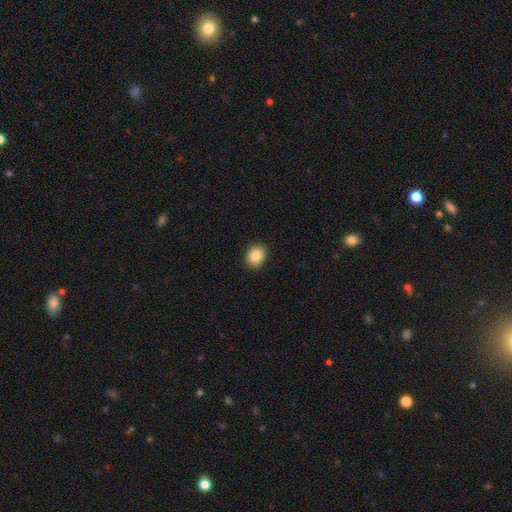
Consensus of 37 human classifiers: A smooth galaxy with no disk features (97%) that is round (50%, tied with in between).

Vote fractions:
- Smooth or featured? smooth: 97% / featured or disk: 3% / star or artifact: 0%
- How rounded? round: 50% (tied) / in between: 50% (tied) / cigar-shaped: 0%
- Merging? none: 95% / minor disturbance: 5% / major disturbance: 0% / merger: 0%